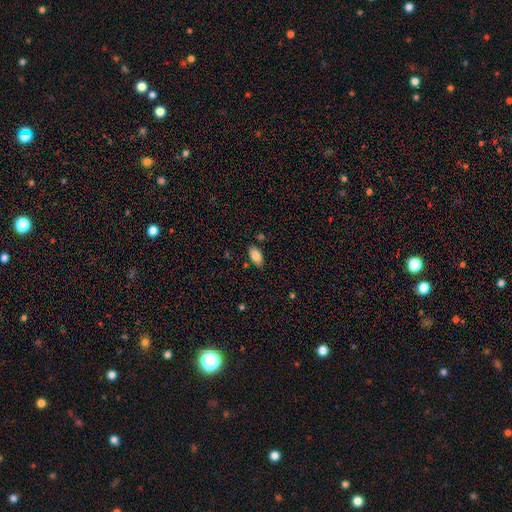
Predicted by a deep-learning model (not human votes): A smooth galaxy with no disk features (84%) that is in between round and cigar-shaped (93%). Merging: none (81%).